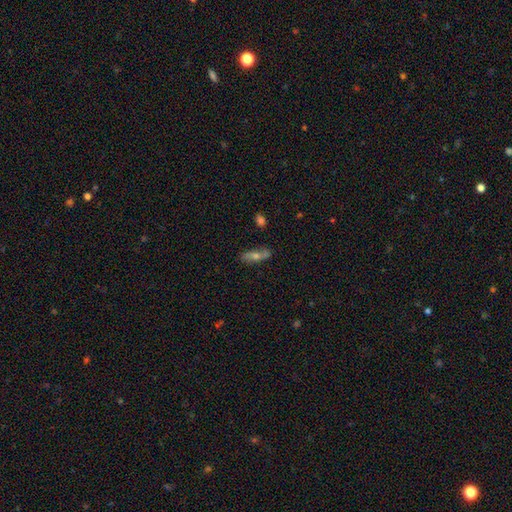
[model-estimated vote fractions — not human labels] Q: Smooth or featured?
A: featured or disk (49%); runner-up: smooth (40%)
Q: Merging?
A: none (75%); runner-up: minor disturbance (16%)